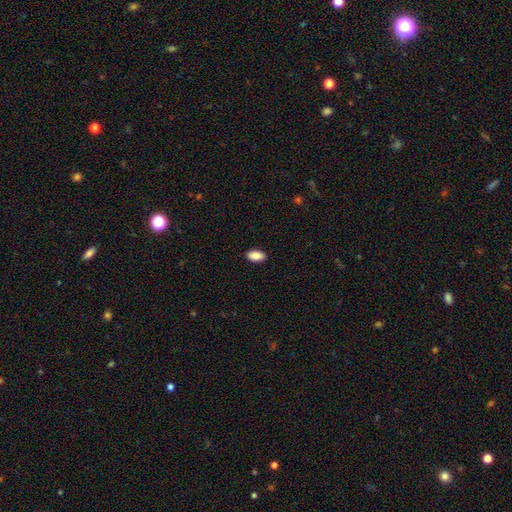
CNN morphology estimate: smooth 90%, star or artifact 7%, featured or disk 4%. Down the decision tree: how rounded — in between (93%); merging — none (90%).